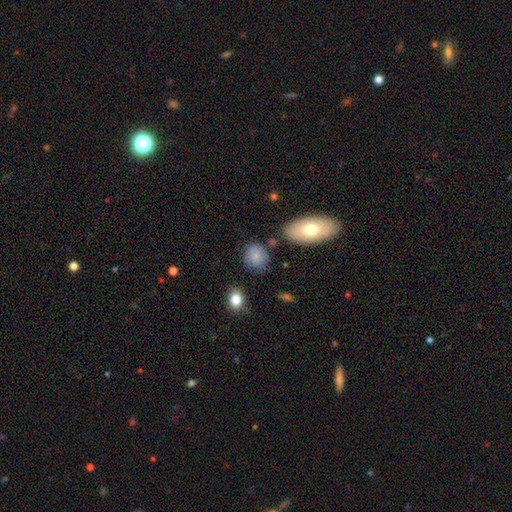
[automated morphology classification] Smooth or featured: smooth — 78% (featured or disk — 12%)
How rounded: round — 71% (in between — 28%)
Merging: none — 71% (minor disturbance — 18%)